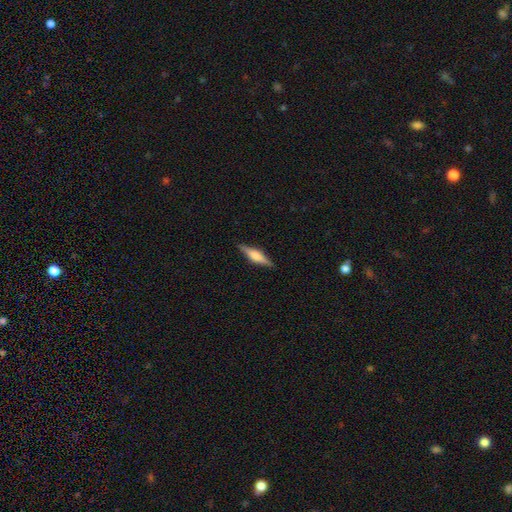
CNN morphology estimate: Smooth or featured?
  - featured or disk: 63% *
  - smooth: 30%
  - star or artifact: 7%
Edge-on disk?
  - yes: 97% *
  - no: 3%
Edge-on bulge?
  - rounded: 66% *
  - boxy: 29%
  - none: 5%
Merging?
  - none: 89% *
  - minor disturbance: 8%
  - major disturbance: 2%
  - merger: 1%